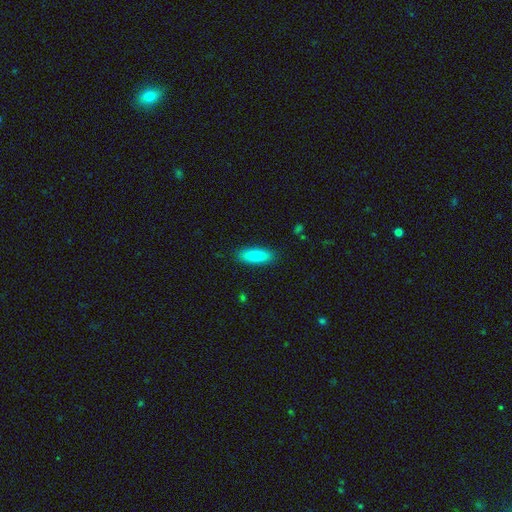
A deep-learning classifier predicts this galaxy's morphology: A smooth galaxy with no disk features (86%) that is in between round and cigar-shaped (61%). Merging: none (88%).